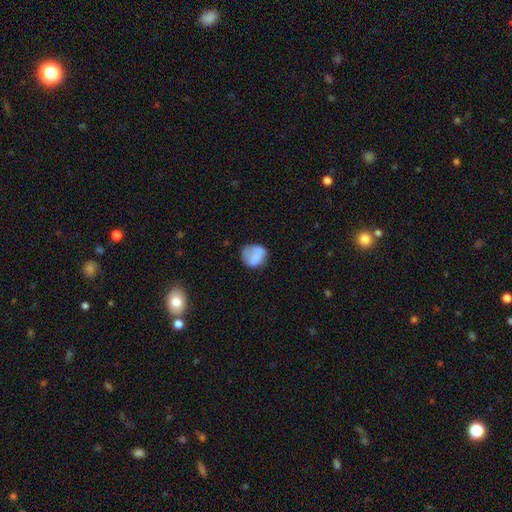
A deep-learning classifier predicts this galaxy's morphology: Overall: smooth (72%). How rounded: round (72%). Merging: none (53%; minor disturbance 27%).